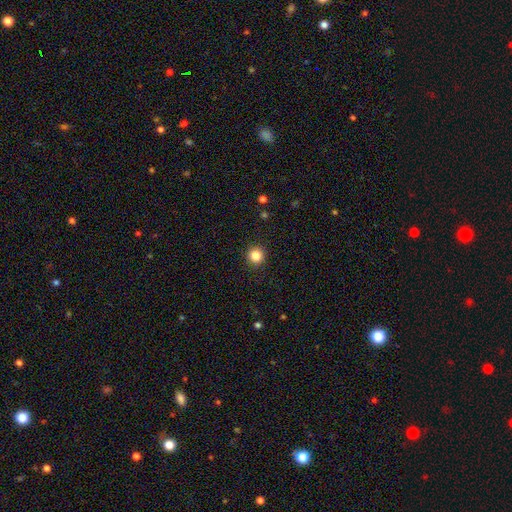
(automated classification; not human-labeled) Q: Smooth or featured?
A: smooth (84%); runner-up: star or artifact (12%)
Q: How rounded?
A: round (95%); runner-up: in between (4%)
Q: Merging?
A: none (92%); runner-up: minor disturbance (5%)